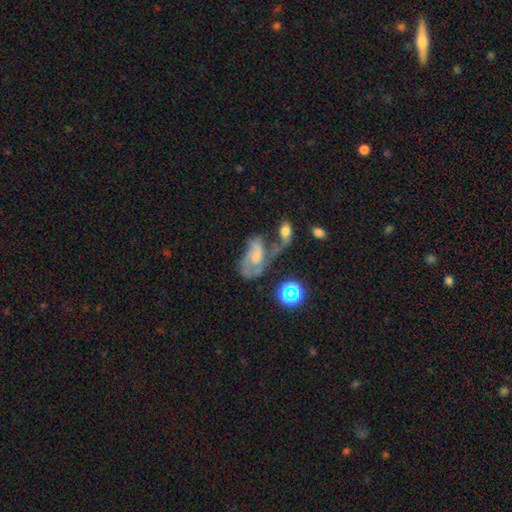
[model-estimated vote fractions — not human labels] smooth_or_featured: featured or disk (p=0.63) [alt: smooth p=0.25]
disk_edge_on: no (p=0.96) [alt: yes p=0.04]
bar: no (p=0.57) [alt: weak p=0.34]
has_spiral_arms: yes (p=0.76) [alt: no p=0.24]
bulge_size: small (p=0.33) [alt: moderate p=0.28]
merging: merger (p=0.31) [alt: major disturbance p=0.29]